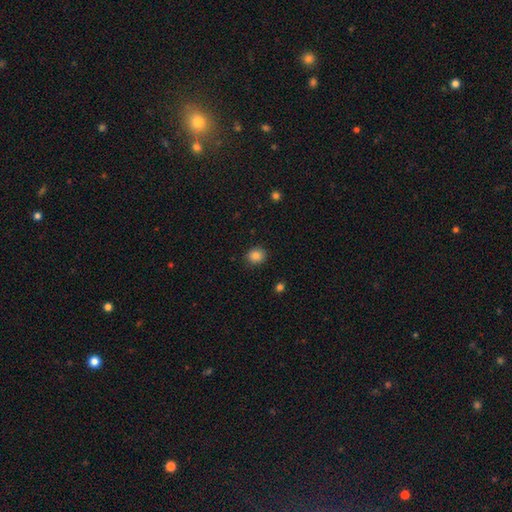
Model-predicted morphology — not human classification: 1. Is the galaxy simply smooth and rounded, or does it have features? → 85% smooth, 10% star or artifact, 4% featured or disk.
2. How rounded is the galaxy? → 78% round, 21% in between, 1% cigar-shaped.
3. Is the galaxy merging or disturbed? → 89% none, 8% minor disturbance, 2% major disturbance, 1% merger.